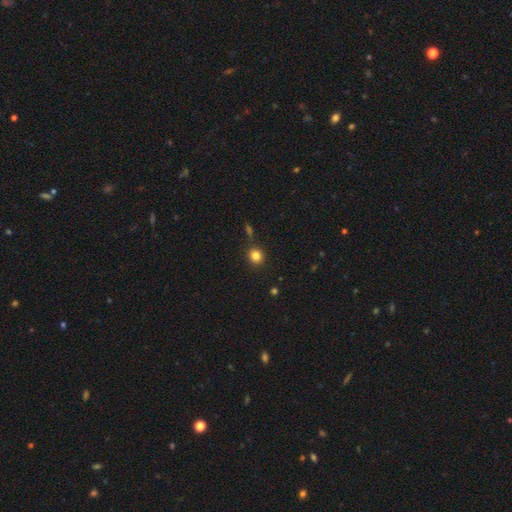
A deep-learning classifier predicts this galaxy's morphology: Q: Smooth or featured?
A: smooth (83%); runner-up: star or artifact (12%)
Q: How rounded?
A: round (87%); runner-up: in between (12%)
Q: Merging?
A: none (86%); runner-up: minor disturbance (8%)